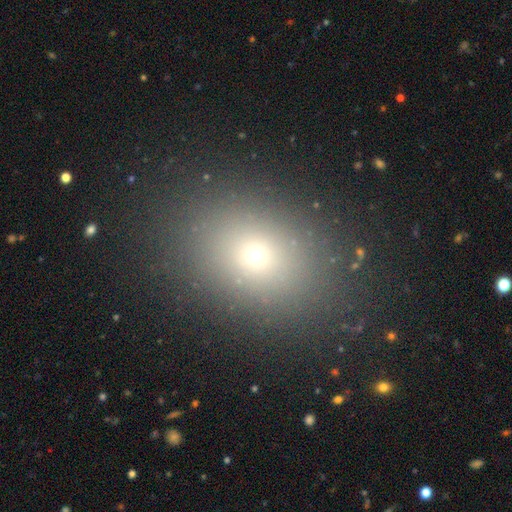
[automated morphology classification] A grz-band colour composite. It shows a smooth galaxy with no disk features (67%) that is in between round and cigar-shaped (60%). Merging: none (86%).